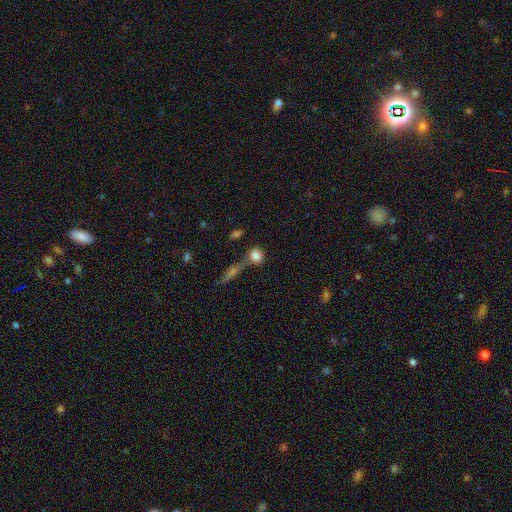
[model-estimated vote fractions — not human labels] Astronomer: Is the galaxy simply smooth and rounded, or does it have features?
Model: smooth — 81%.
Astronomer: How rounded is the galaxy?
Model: round — 72%.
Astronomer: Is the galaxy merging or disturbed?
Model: none — 52% (runner-up: merger, 30%).